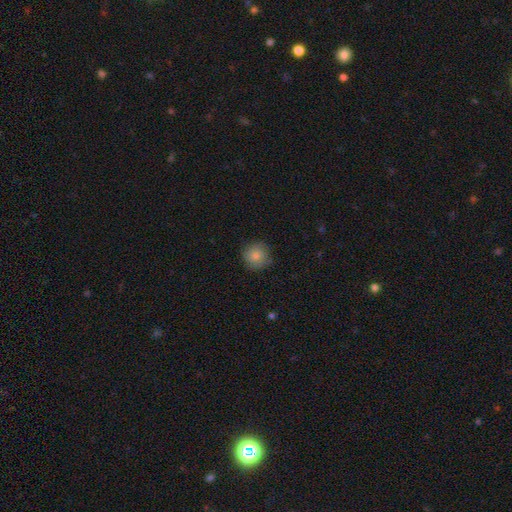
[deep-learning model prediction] This appears to be a smooth galaxy with no disk features (83%) that is round (93%). Merging: none (84%).